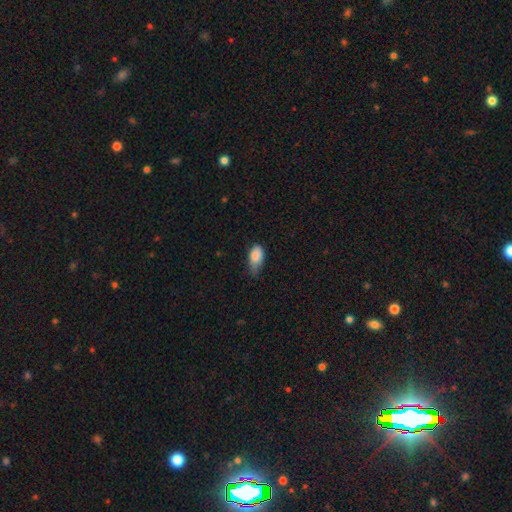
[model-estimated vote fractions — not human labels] A smooth galaxy with no disk features (86%) that is in between round and cigar-shaped (91%). Merging: minor disturbance (49%).